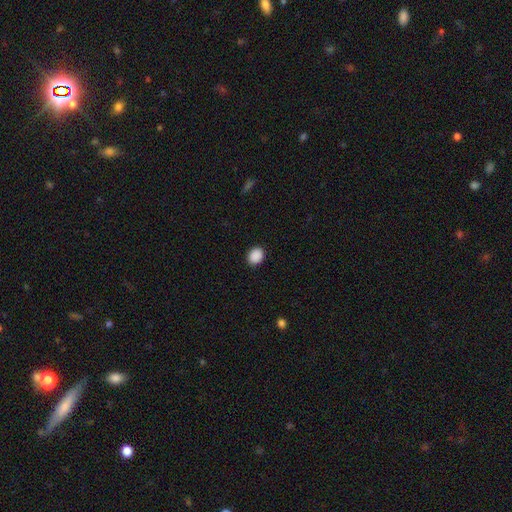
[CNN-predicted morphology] Smooth or featured? smooth (90%)
How rounded? round (54%)
Merging? none (90%)